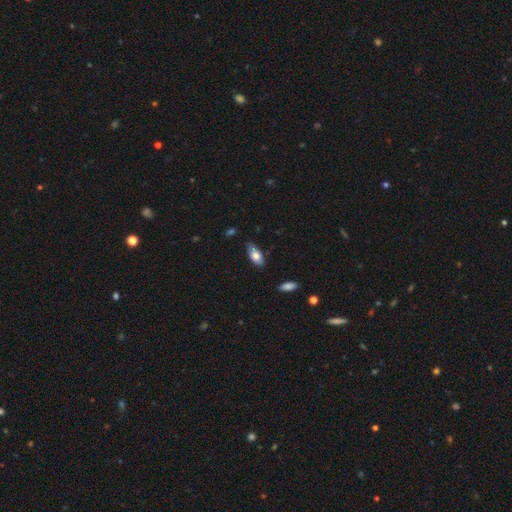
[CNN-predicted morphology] type=smooth (74%); roundness=in between (87%); merging=none (73%).